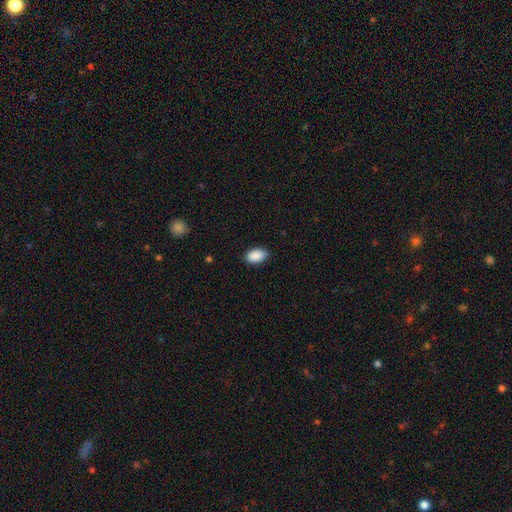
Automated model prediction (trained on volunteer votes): Smooth or featured? Predicted: smooth (p=0.91). How rounded? Predicted: in between (p=0.93). Merging? Predicted: none (p=0.86).